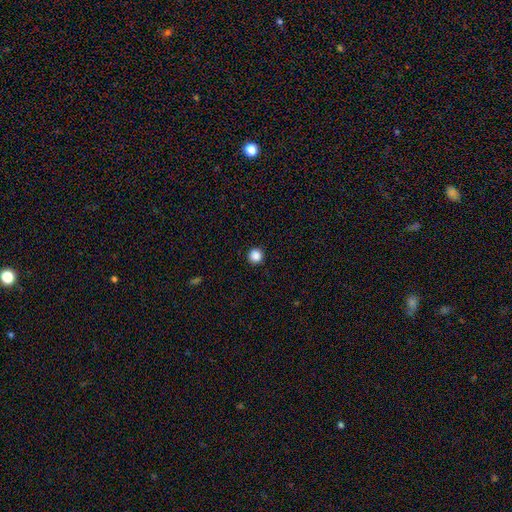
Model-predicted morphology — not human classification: This appears to be a smooth galaxy with no disk features (87%) that is round (96%). Merging: none (93%).